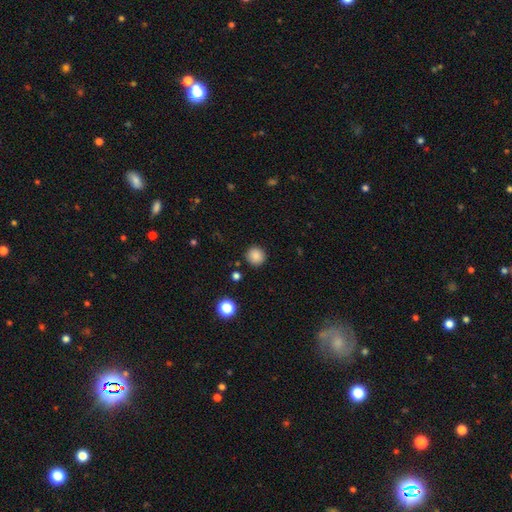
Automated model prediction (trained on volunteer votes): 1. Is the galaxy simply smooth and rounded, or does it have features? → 86% smooth, 10% star or artifact, 4% featured or disk.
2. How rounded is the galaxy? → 93% round, 6% in between, 1% cigar-shaped.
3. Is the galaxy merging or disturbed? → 90% none, 6% minor disturbance, 2% major disturbance, 2% merger.